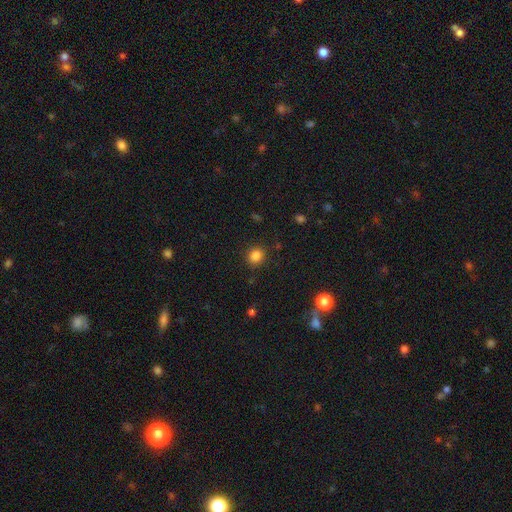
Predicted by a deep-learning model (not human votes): Smooth or featured? Predicted: smooth (p=0.84). How rounded? Predicted: round (p=0.74). Merging? Predicted: none (p=0.87).